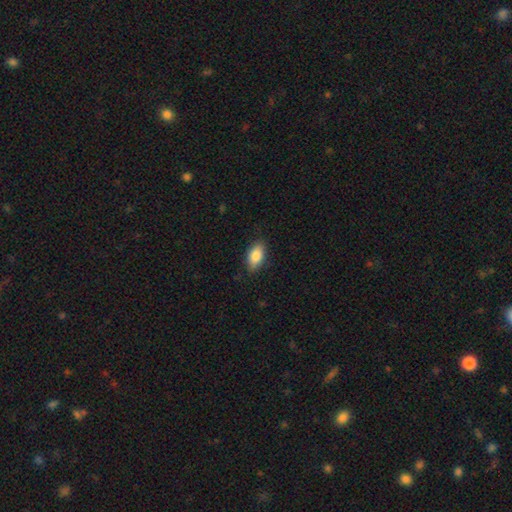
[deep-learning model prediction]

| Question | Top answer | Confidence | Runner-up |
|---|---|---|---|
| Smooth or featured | smooth | 85% | featured or disk (8%) |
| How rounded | in between | 91% | round (5%) |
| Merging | none | 86% | minor disturbance (11%) |